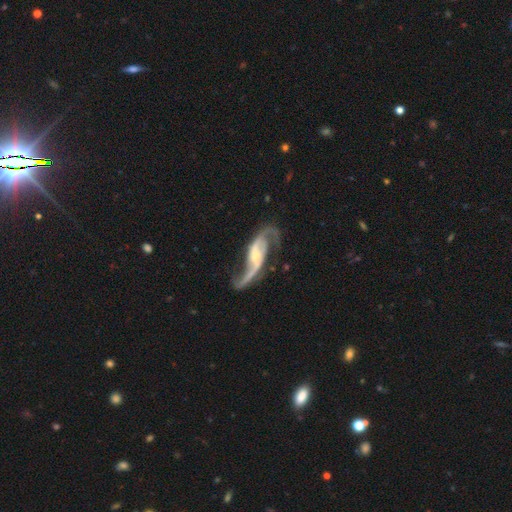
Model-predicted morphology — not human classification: A featured or disk galaxy (91%) with a weak bar (38%, tied with no), 2 (92%) loose (65%) spiral arms (97%) and a small central bulge (54%).

Vote fractions:
- Smooth or featured? featured or disk: 91% / smooth: 5% / star or artifact: 4%
- Edge-on disk? no: 94% / yes: 6%
- Bar? weak: 38% (tied) / no: 38% (tied) / strong: 24%
- Spiral arms? yes: 97% / no: 3%
- Spiral winding? loose: 65% / medium: 28% / tight: 7%
- Spiral arm count? 2: 92% / 1: 2% / can't tell: 2% / 3: 2% / 4: 1% / more than 4: 1%
- Bulge size? small: 54% / moderate: 36% / none: 5% / large: 3% / dominant: 1%
- Merging? none: 64% / minor disturbance: 16% / major disturbance: 16% / merger: 4%